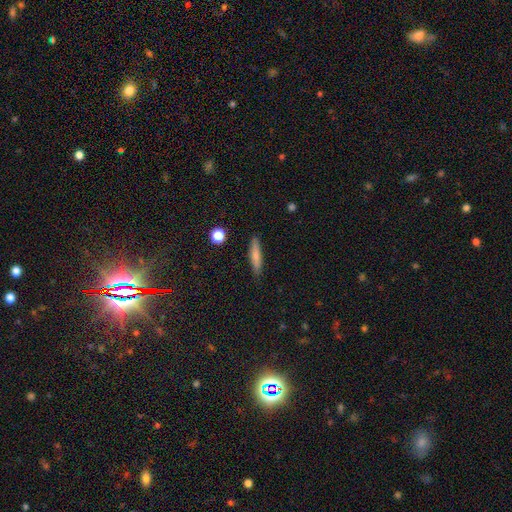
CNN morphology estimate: smooth-or-featured: smooth: 75% | featured or disk: 18% | star or artifact: 8%
  how-rounded: cigar-shaped: 85% | in between: 13% | round: 2%
  merging: none: 87% | minor disturbance: 10% | major disturbance: 2% | merger: 1%